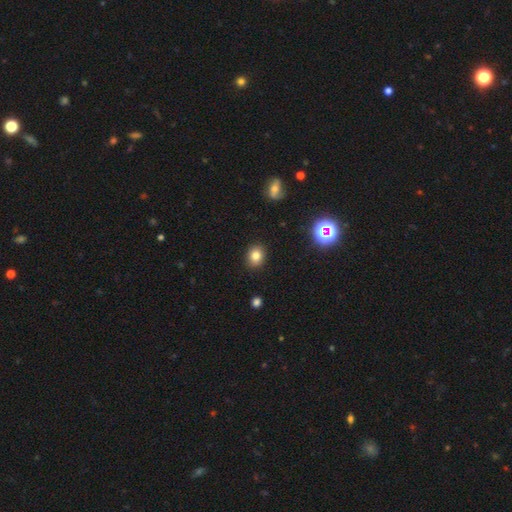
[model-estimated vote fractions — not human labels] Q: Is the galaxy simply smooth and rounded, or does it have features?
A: smooth — 80%.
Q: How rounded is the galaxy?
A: round — 56%.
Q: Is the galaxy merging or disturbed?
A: none — 89%.